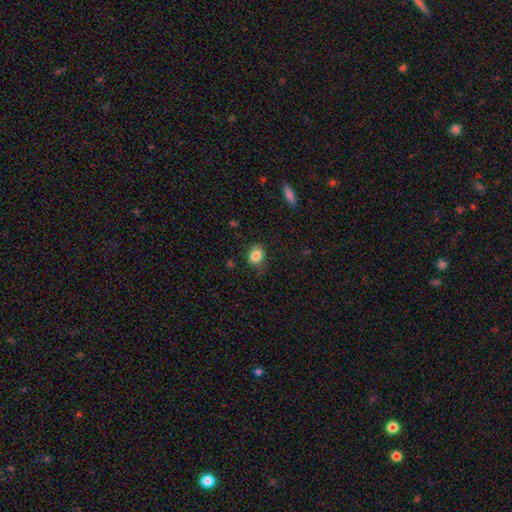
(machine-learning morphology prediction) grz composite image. It shows a smooth galaxy with no disk features (84%) that is in between round and cigar-shaped (57%). Merging: none (81%).